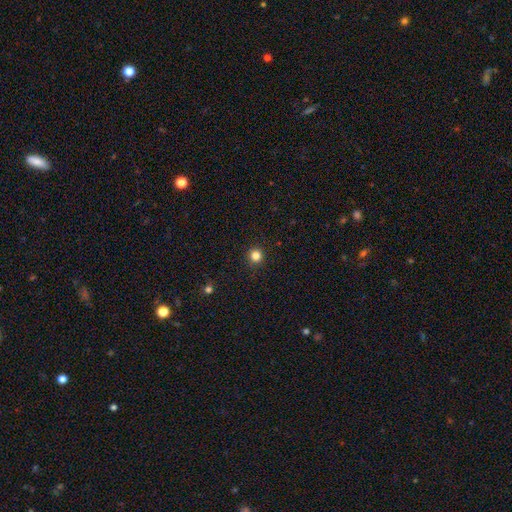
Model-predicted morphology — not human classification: Overall: smooth (83%). How rounded: round (95%). Merging: none (93%).